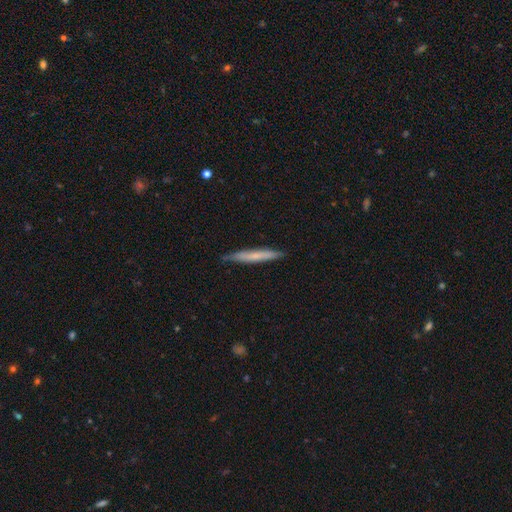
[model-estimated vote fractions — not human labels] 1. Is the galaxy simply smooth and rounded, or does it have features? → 63% smooth, 32% featured or disk, 6% star or artifact.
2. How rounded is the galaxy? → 96% cigar-shaped, 3% in between, 1% round.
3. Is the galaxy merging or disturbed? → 87% none, 10% minor disturbance, 2% major disturbance, 1% merger.